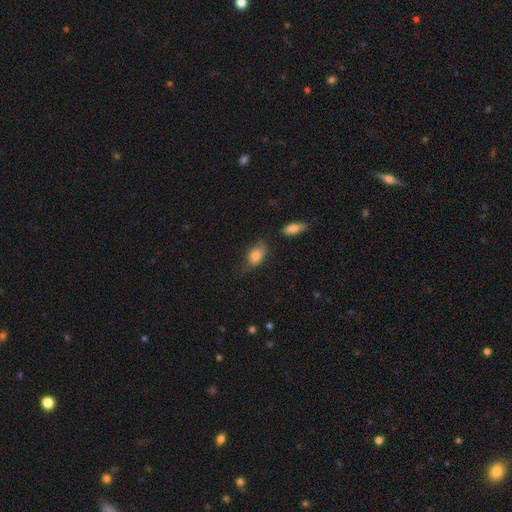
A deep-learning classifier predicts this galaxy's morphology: Smooth or featured: smooth — 82% (featured or disk — 10%)
How rounded: in between — 81% (round — 15%)
Merging: none — 50% (minor disturbance — 33%)